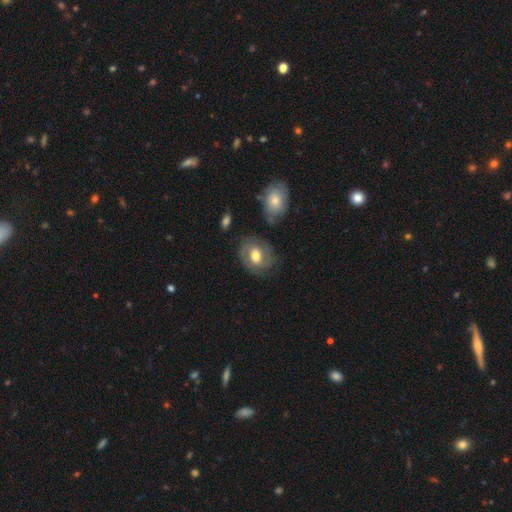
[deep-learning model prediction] Smooth or featured?
  - featured or disk: 59% *
  - smooth: 34%
  - star or artifact: 7%
Edge-on disk?
  - no: 96% *
  - yes: 4%
Bar?
  - no: 48% *
  - weak: 41%
  - strong: 12%
Spiral arms?
  - yes: 75% *
  - no: 25%
Bulge size?
  - moderate: 66% *
  - large: 22%
  - small: 9%
  - dominant: 2%
  - none: 1%
Merging?
  - none: 74% *
  - minor disturbance: 16%
  - major disturbance: 7%
  - merger: 3%